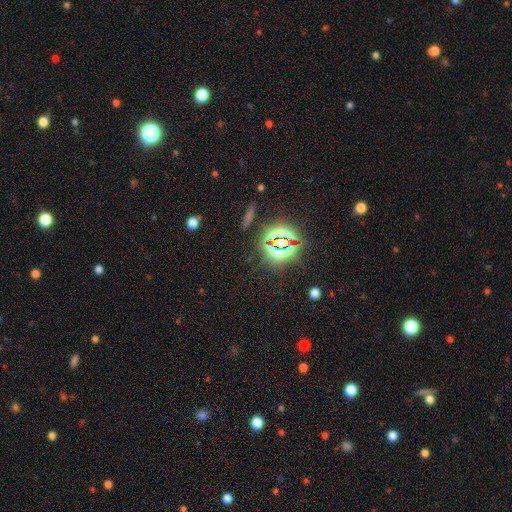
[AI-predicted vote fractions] Smooth or featured: star or artifact — 81% (smooth — 12%)